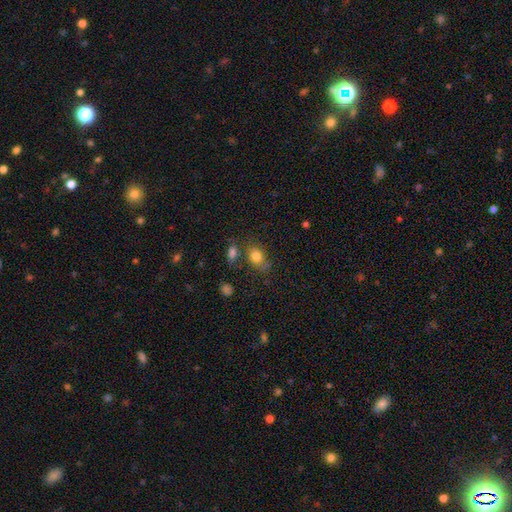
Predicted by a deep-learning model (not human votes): Smooth or featured: smooth — 81% (star or artifact — 11%)
How rounded: in between — 58% (round — 40%)
Merging: none — 60% (minor disturbance — 19%)